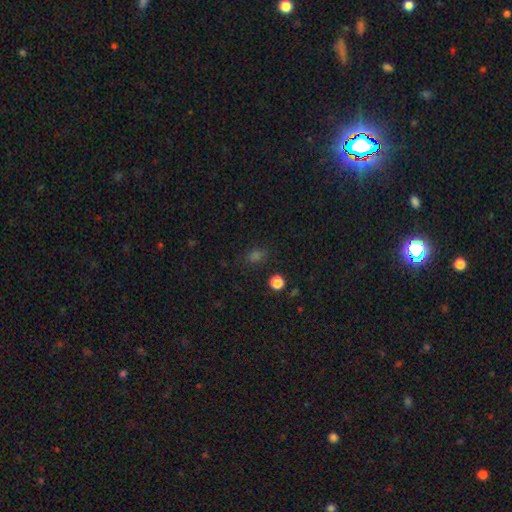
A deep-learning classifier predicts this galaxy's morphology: This is likely a smooth galaxy (63%). How rounded: likely in between (64%). Merging: clearly none (80%).